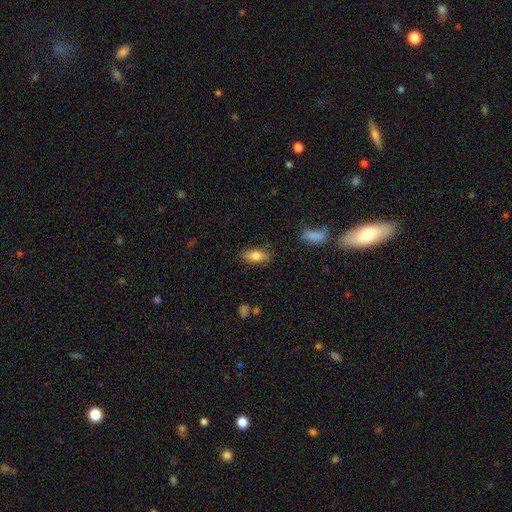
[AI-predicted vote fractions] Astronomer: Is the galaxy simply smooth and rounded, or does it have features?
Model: smooth — 79%.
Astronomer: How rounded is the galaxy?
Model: in between — 83%.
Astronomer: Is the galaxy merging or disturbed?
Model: none — 84%.